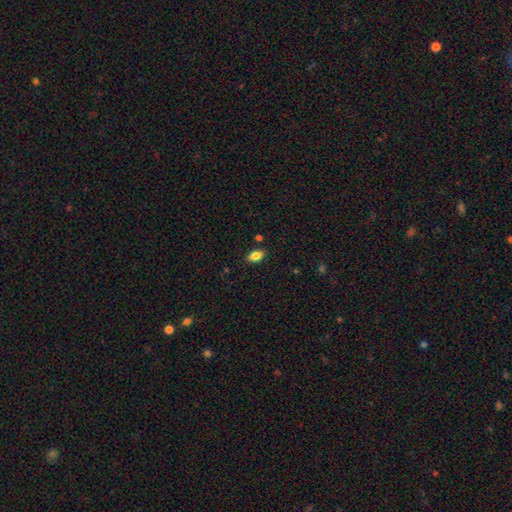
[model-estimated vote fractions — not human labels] The model was most divided on "smooth or featured": smooth: 85%, star or artifact: 9%, featured or disk: 7%. More confident: how rounded — in between (91%); merging — none (86%).